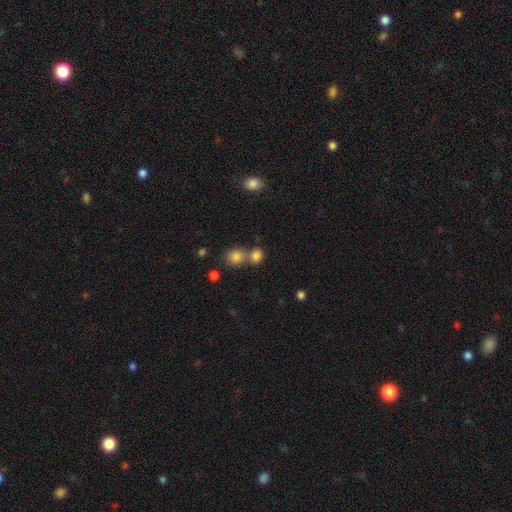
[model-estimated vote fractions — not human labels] smooth_or_featured: smooth (p=0.81) [alt: star or artifact p=0.12]
how_rounded: round (p=0.65) [alt: in between p=0.34]
merging: merger (p=0.45) [alt: none p=0.44]